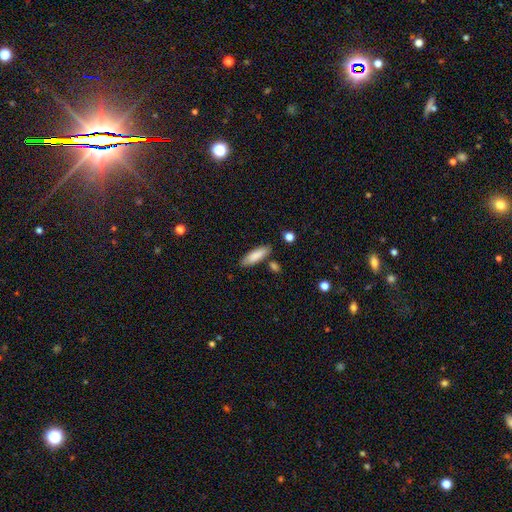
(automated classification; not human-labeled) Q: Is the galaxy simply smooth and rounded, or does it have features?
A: smooth — 85%.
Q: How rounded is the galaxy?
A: cigar-shaped — 53%.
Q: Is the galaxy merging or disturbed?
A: none — 82%.